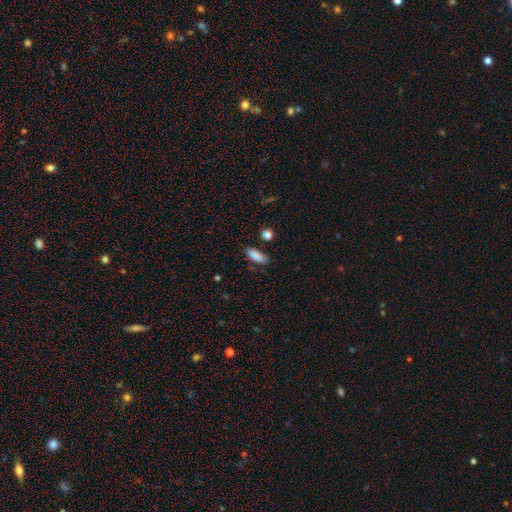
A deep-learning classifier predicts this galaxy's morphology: type=smooth (87%); roundness=in between (81%); merging=none (75%).